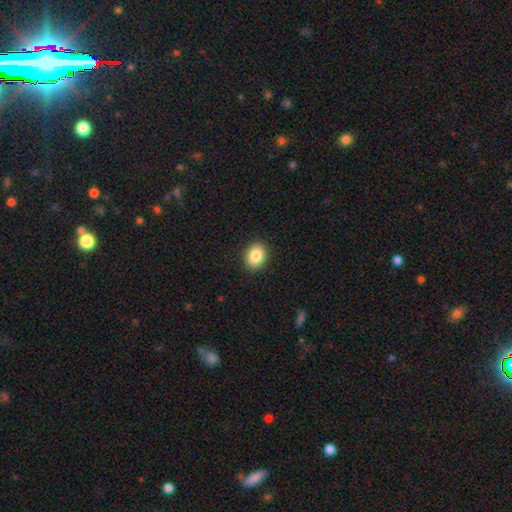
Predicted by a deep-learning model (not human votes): Smooth or featured?
  - smooth: 86% *
  - star or artifact: 8%
  - featured or disk: 6%
How rounded?
  - in between: 58% *
  - round: 41%
  - cigar-shaped: 1%
Merging?
  - none: 90% *
  - minor disturbance: 7%
  - major disturbance: 2%
  - merger: 1%